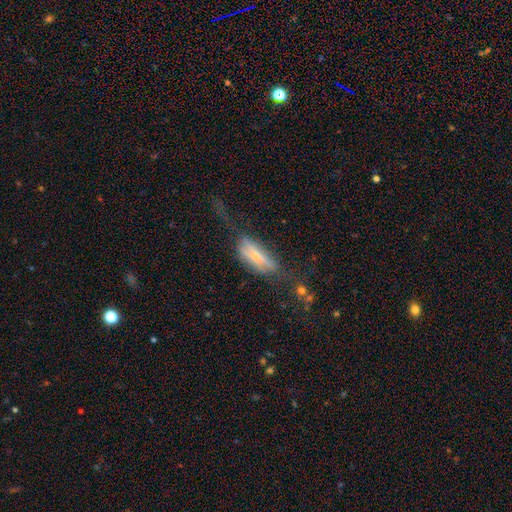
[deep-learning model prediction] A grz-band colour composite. It shows a featured or disk galaxy (48%). Merging: none (39%).